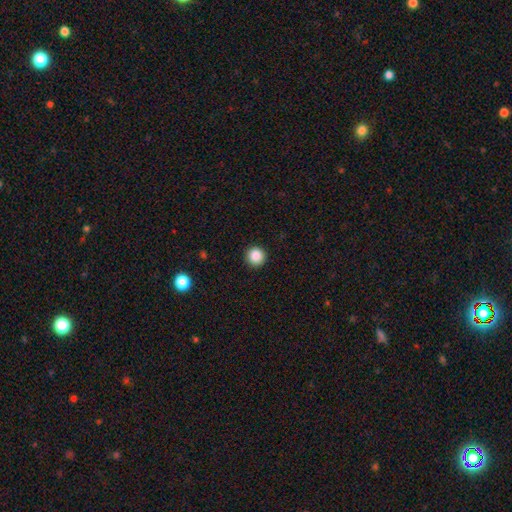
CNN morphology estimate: Overall: smooth (87%). How rounded: round (96%). Merging: none (92%).